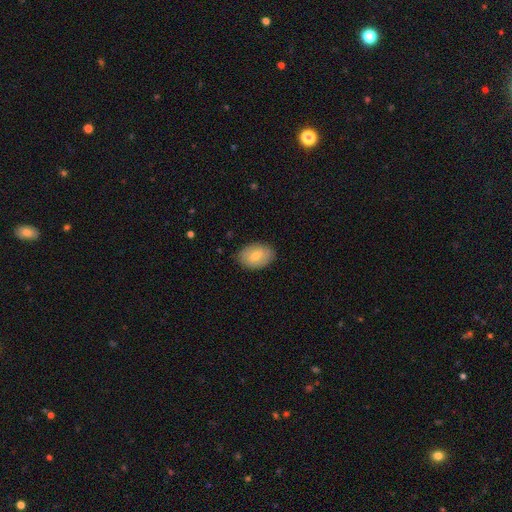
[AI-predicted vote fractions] A smooth galaxy with no disk features (68%) that is in between round and cigar-shaped (82%). Merging: none (85%).